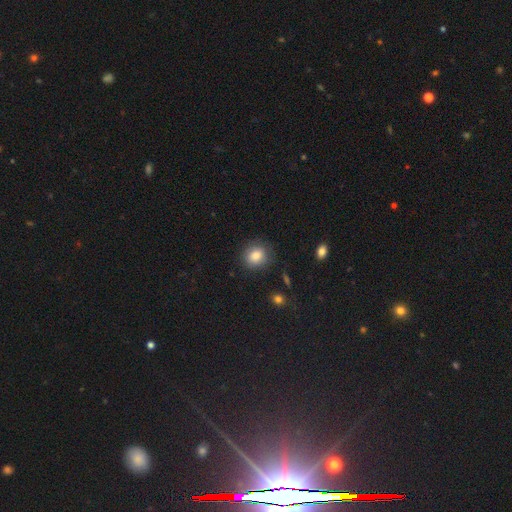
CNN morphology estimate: This is clearly a smooth galaxy (83%). How rounded: likely round (75%). Merging: clearly none (83%).